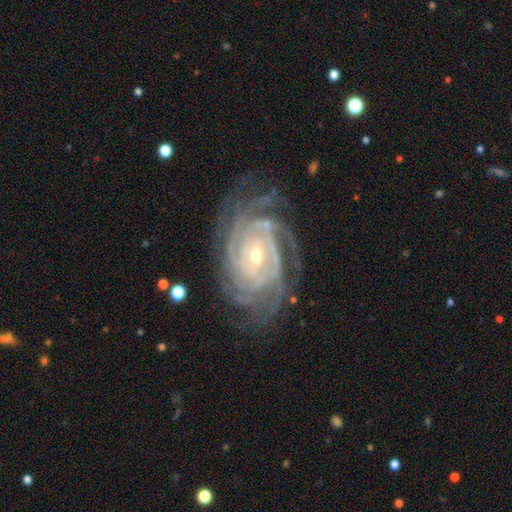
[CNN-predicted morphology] A featured or disk galaxy (92%) with no bar (48%), 4 (31%) tight (82%) spiral arms (99%) and a small central bulge (66%). Merging: none (76%).